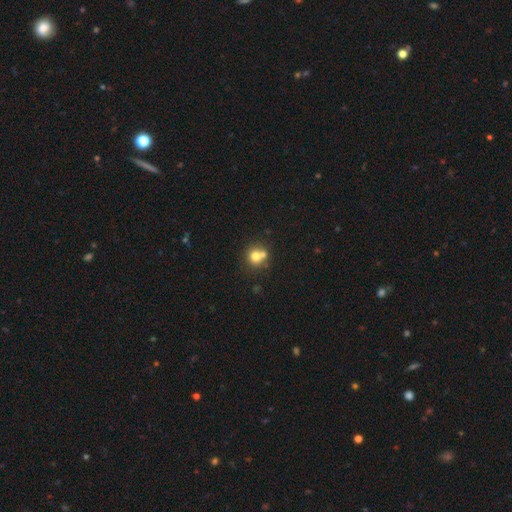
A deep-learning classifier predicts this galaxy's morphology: Overall: smooth (73%). How rounded: round (86%). Merging: none (51%; merger 37%).